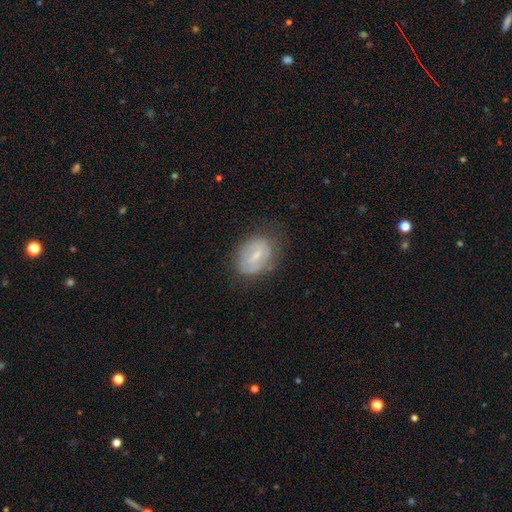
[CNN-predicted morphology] Smooth or featured? Predicted: featured or disk (p=0.46, tied with smooth). Merging? Predicted: none (p=0.65).